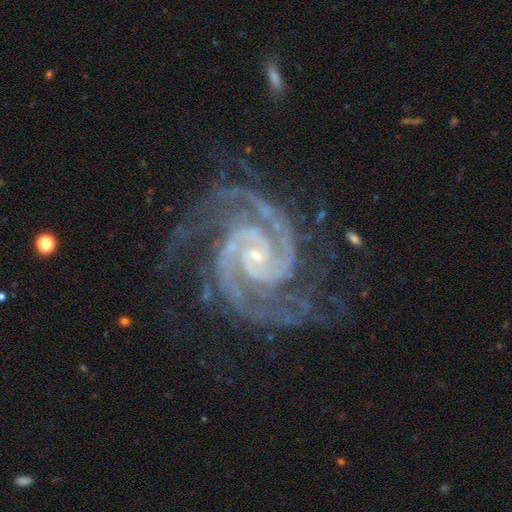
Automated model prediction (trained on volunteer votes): Smooth or featured? featured or disk (94%)
Edge-on disk? no (98%)
Bar? no (58%)
Spiral arms? yes (99%)
Spiral winding? tight (63%)
Spiral arm count? 2 (69%)
Bulge size? small (82%)
Merging? none (69%)